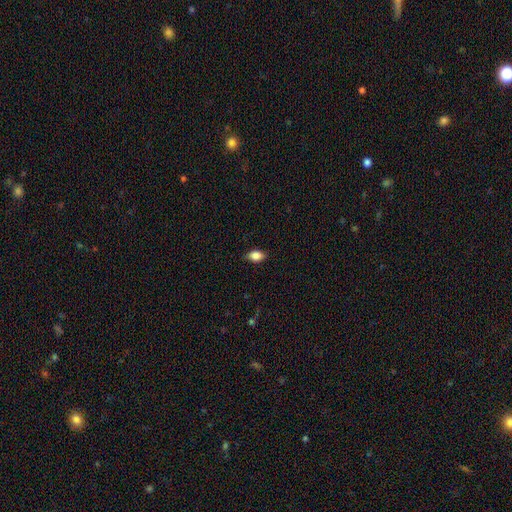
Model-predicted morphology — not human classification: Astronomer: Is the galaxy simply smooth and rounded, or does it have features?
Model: smooth — 85%.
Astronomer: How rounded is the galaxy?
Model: in between — 88%.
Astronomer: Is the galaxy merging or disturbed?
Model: none — 85%.